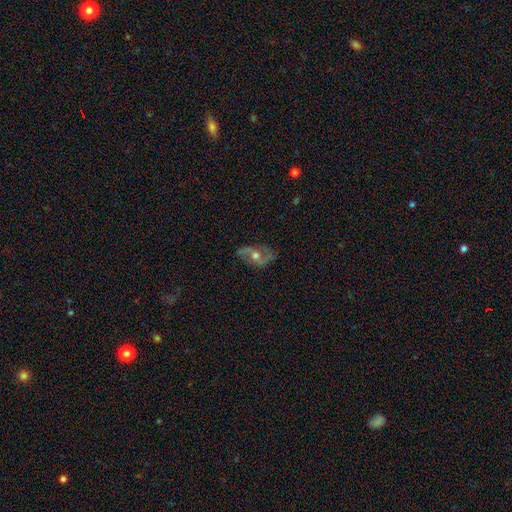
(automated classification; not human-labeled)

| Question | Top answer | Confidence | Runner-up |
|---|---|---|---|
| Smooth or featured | featured or disk | 75% | smooth (17%) |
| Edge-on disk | no | 92% | yes (8%) |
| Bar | no | 63% | weak (27%) |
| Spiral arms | yes | 86% | no (14%) |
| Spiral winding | loose | 59% | medium (31%) |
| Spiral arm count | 2 | 89% | can't tell (5%) |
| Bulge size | moderate | 72% | small (19%) |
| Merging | none | 75% | minor disturbance (17%) |